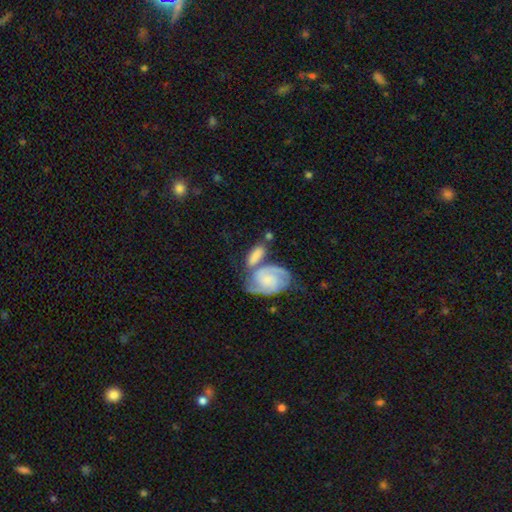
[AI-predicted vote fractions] Smooth or featured? smooth (47%, tied with featured or disk)
Merging? merger (40%)